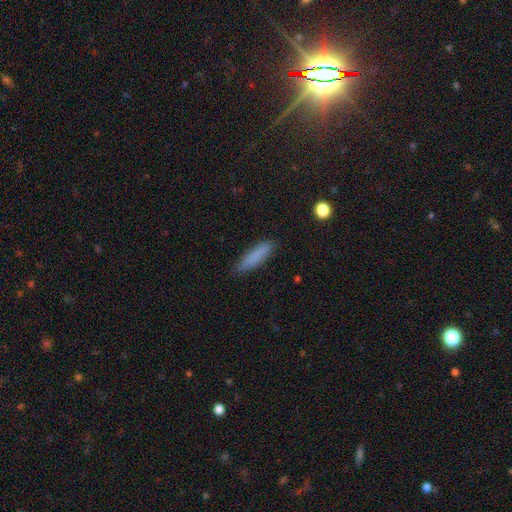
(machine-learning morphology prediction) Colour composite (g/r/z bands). It shows a smooth galaxy with no disk features (84%) that is cigar-shaped (77%). Merging: none (85%).